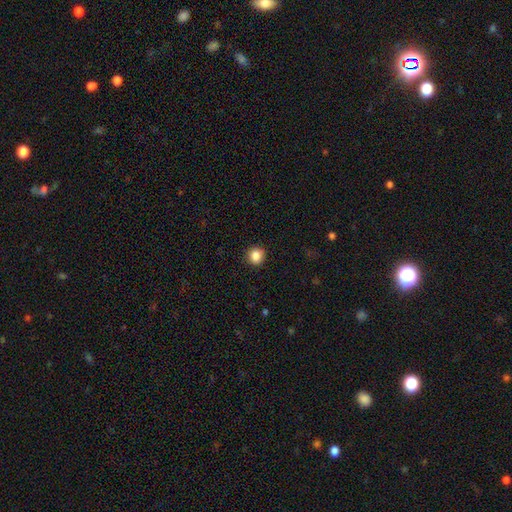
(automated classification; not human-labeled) Smooth or featured? smooth (85%)
How rounded? round (87%)
Merging? none (90%)